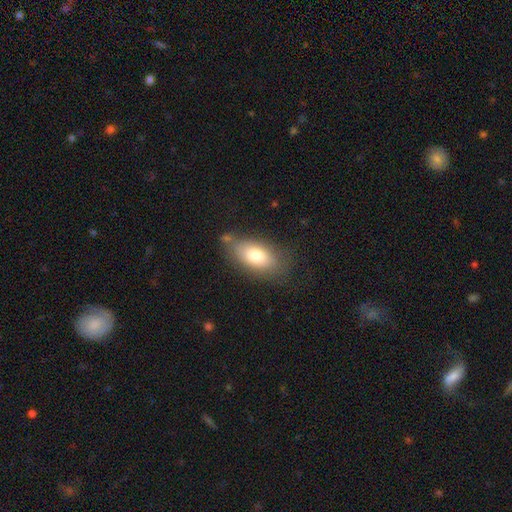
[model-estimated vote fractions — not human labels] smooth-or-featured: smooth: 77% | featured or disk: 15% | star or artifact: 8%
  how-rounded: in between: 89% | round: 6% | cigar-shaped: 4%
  merging: none: 69% | minor disturbance: 19% | major disturbance: 6% | merger: 6%